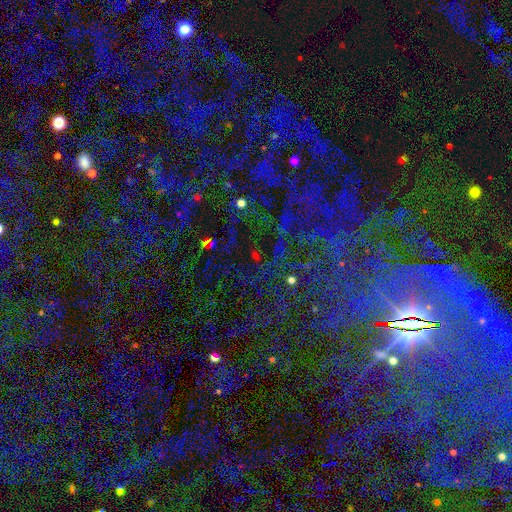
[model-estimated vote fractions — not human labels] smooth_or_featured: star or artifact (p=0.63) [alt: smooth p=0.26]